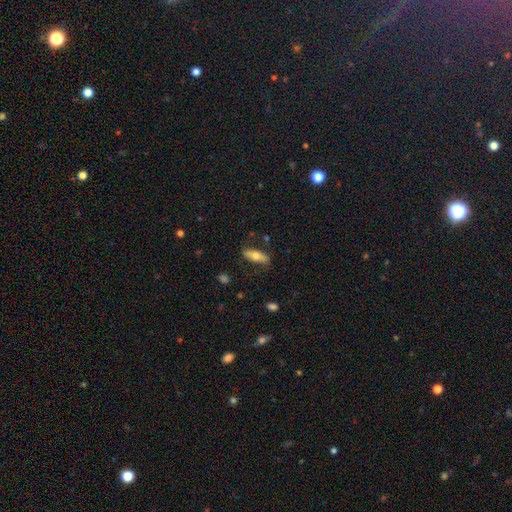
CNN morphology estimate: This appears to be a smooth galaxy with no disk features (65%) that is in between round and cigar-shaped (52%). Merging: none (81%).